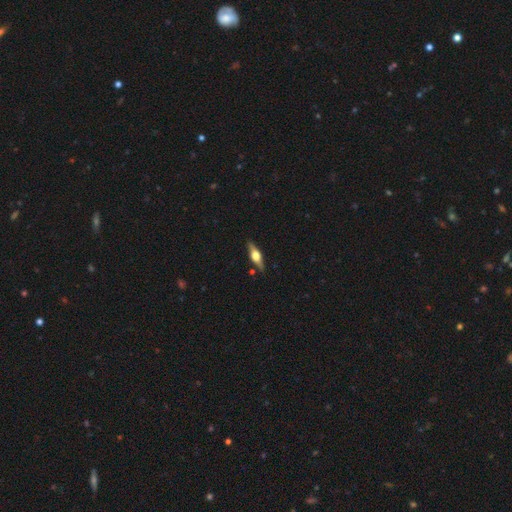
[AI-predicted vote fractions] This appears to be a featured or disk galaxy (72%) viewed edge-on (96%) with a rounded central bulge (94%). Merging: none (88%).